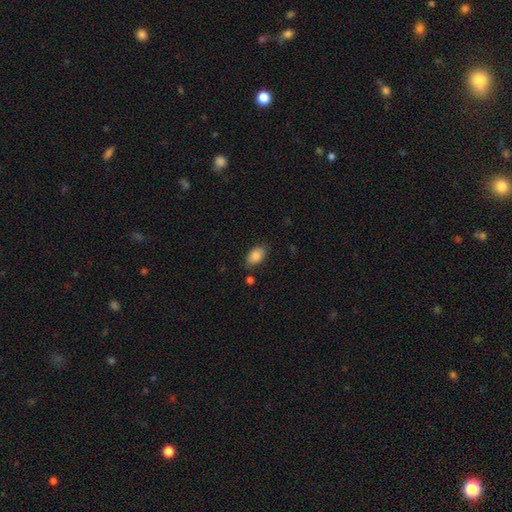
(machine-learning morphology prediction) Smooth or featured: smooth — 85% (featured or disk — 8%)
How rounded: in between — 90% (round — 8%)
Merging: none — 81% (minor disturbance — 13%)